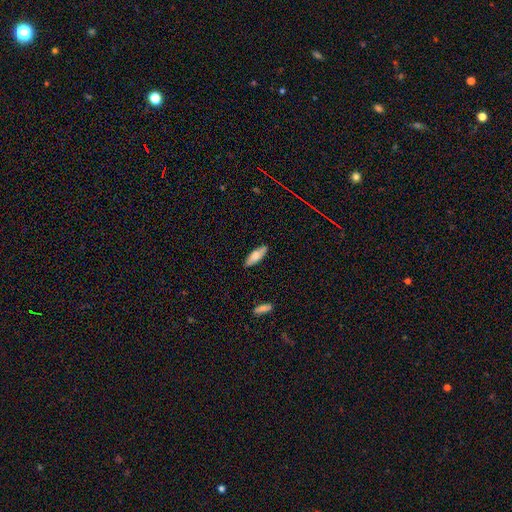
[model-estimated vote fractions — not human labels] This appears to be a smooth galaxy with no disk features (72%) that is in between round and cigar-shaped (55%). Merging: none (85%).